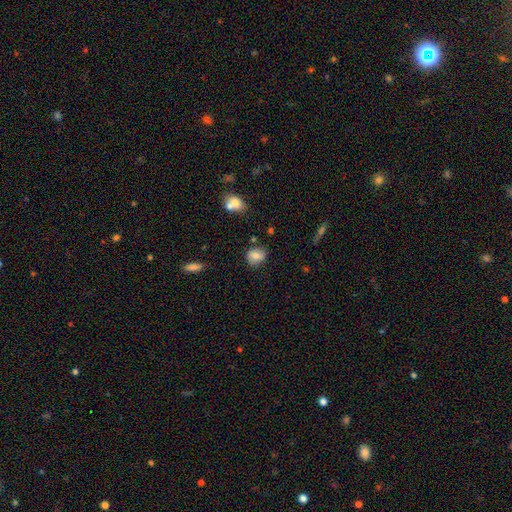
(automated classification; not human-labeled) This appears to be a smooth galaxy with no disk features (76%) that is round (55%). Merging: none (76%).